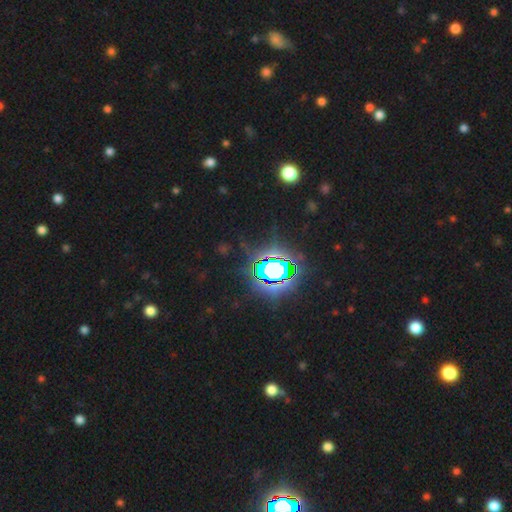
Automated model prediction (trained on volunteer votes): star or artifact 80%, smooth 12%, featured or disk 7%.